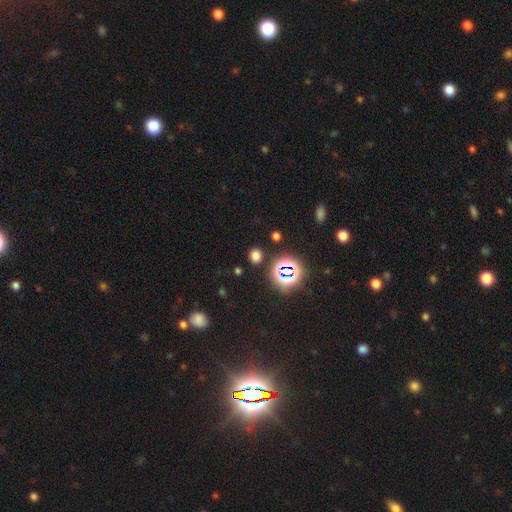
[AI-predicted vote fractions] This appears to be a smooth galaxy with no disk features (64%) that is round (64%). Merging: none (86%).